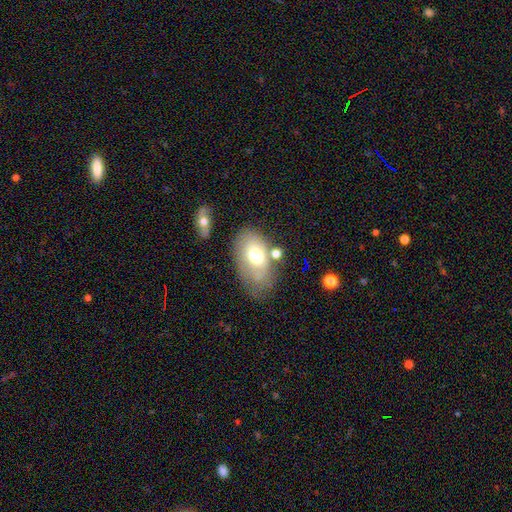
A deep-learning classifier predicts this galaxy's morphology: Smooth or featured? Predicted: smooth (p=0.61). How rounded? Predicted: in between (p=0.89). Merging? Predicted: none (p=0.51).